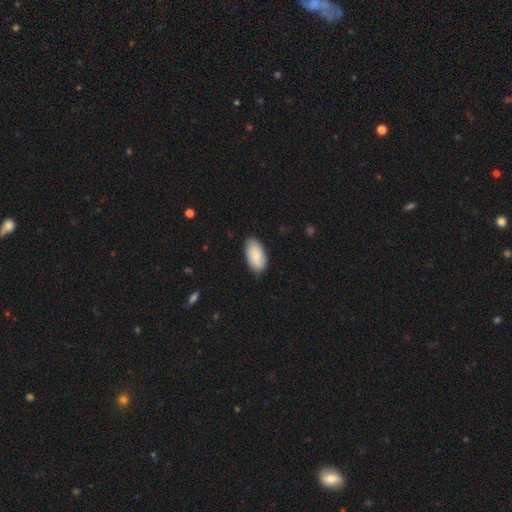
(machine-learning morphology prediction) type=smooth (79%); roundness=in between (94%); merging=none (84%).